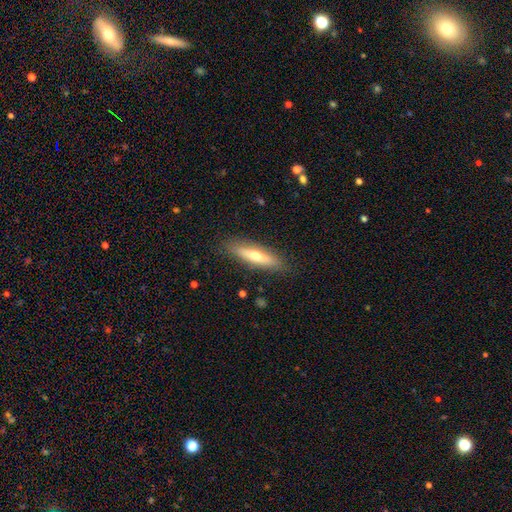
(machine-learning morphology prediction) The model was most divided on "smooth or featured": smooth: 51%, featured or disk: 42%, star or artifact: 6%. More confident: merging — none (87%); how rounded — cigar-shaped (74%).